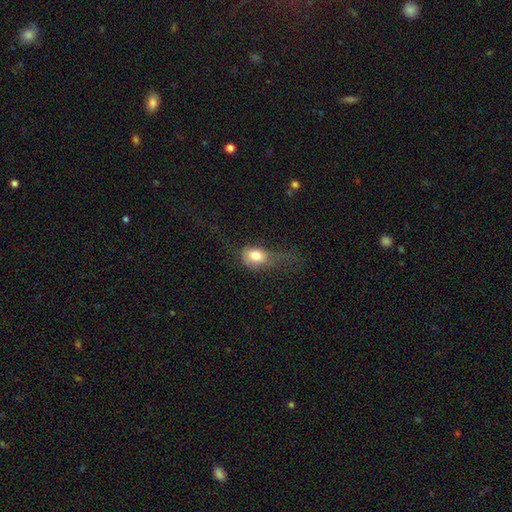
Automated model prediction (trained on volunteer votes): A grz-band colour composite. It shows a smooth galaxy with no disk features (77%) that is in between round and cigar-shaped (69%). Merging: major disturbance (42%).